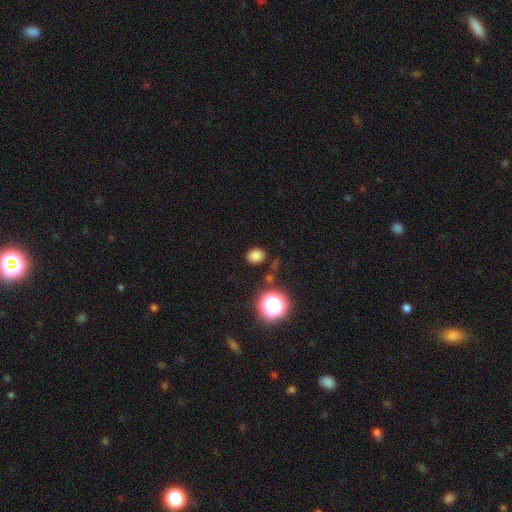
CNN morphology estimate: The model was most divided on "how rounded": in between: 50%, round: 49%, cigar-shaped: 1%. More confident: merging — none (83%); smooth or featured — smooth (79%).